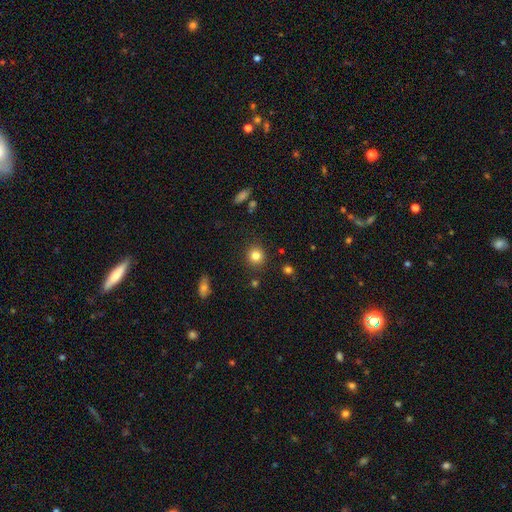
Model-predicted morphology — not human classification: Smooth or featured?
  - smooth: 82% *
  - star or artifact: 11%
  - featured or disk: 6%
How rounded?
  - round: 89% *
  - in between: 10%
  - cigar-shaped: 1%
Merging?
  - none: 89% *
  - minor disturbance: 7%
  - major disturbance: 2%
  - merger: 2%